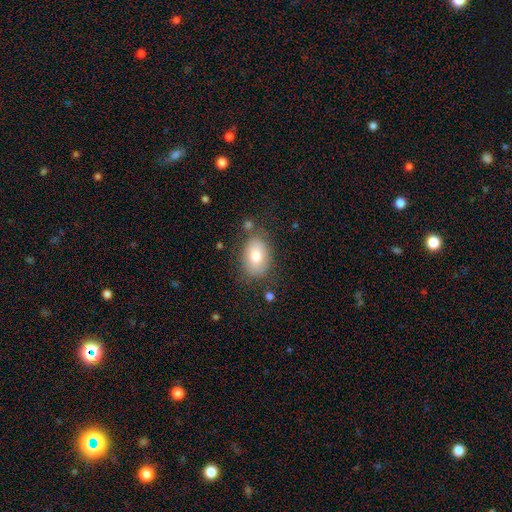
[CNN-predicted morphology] Overall: smooth (79%). How rounded: in between (86%). Merging: none (74%).